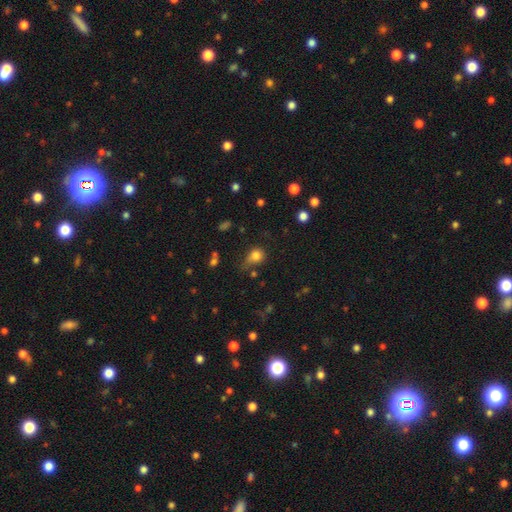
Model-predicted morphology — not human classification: Smooth or featured: smooth — 80% (star or artifact — 13%)
How rounded: round — 71% (in between — 28%)
Merging: none — 49% (minor disturbance — 30%)